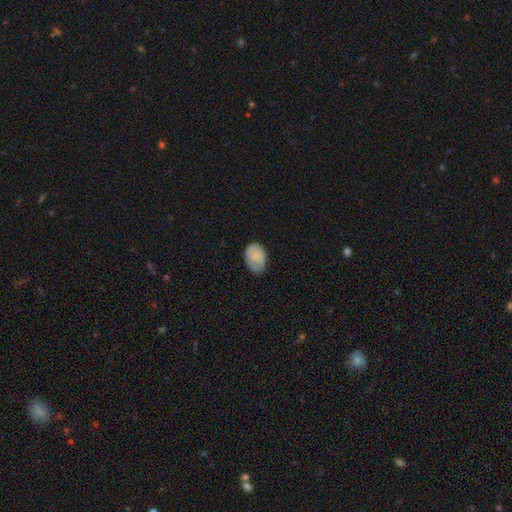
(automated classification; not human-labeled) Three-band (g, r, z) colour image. It shows a smooth galaxy with no disk features (80%) that is in between round and cigar-shaped (81%). Merging: none (65%).